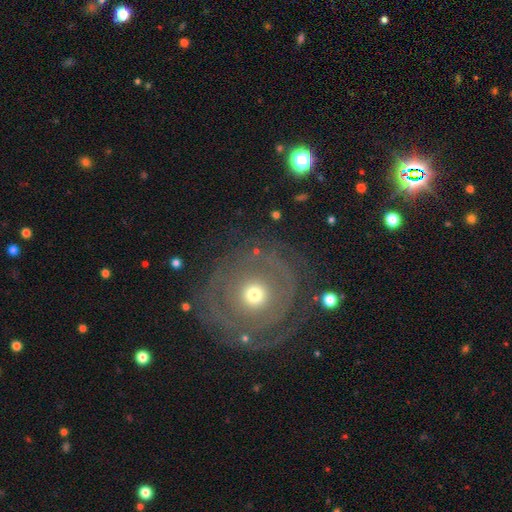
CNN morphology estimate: This appears to be a featured or disk galaxy (63%) with no bar (84%), spiral arms (63%) and a moderate central bulge (61%). Merging: none (81%).